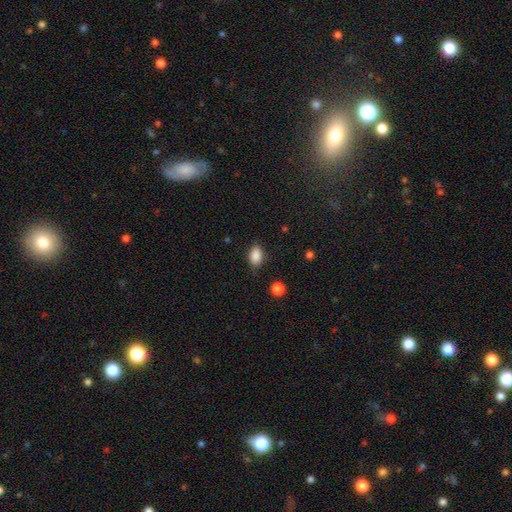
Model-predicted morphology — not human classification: Overall: smooth (87%). How rounded: in between (86%). Merging: none (81%).